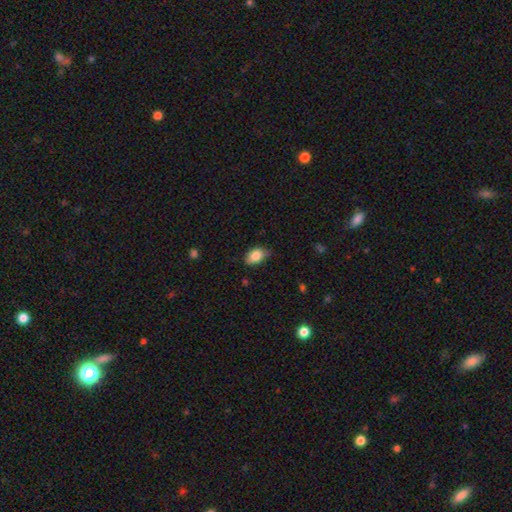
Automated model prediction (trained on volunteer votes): smooth 84%, featured or disk 9%, star or artifact 8%. Down the decision tree: how rounded — in between (85%); merging — none (68%).